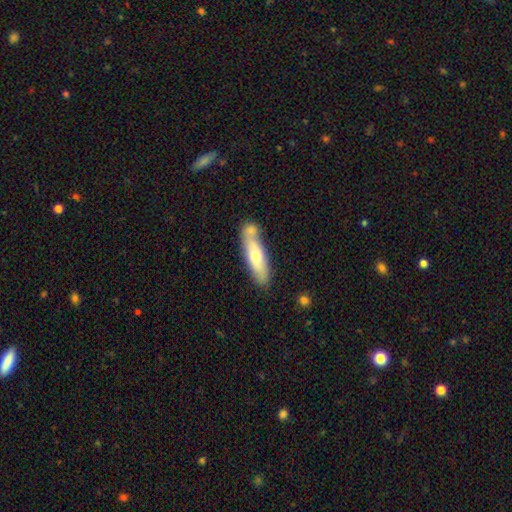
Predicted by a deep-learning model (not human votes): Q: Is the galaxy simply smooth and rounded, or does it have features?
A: smooth — 62%.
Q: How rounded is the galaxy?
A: cigar-shaped — 62%.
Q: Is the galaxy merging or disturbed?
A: none — 58%.